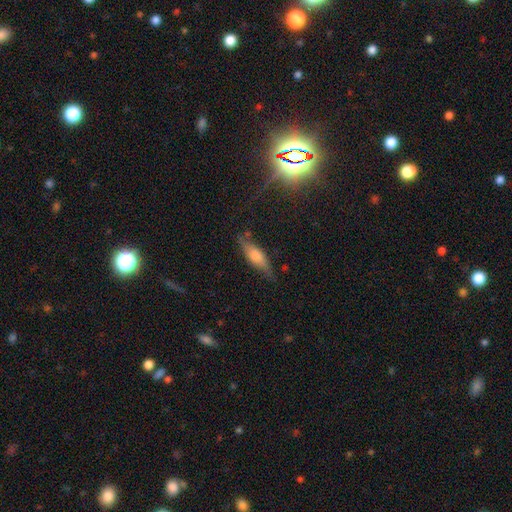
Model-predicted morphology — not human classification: Smooth or featured?
  - smooth: 59% *
  - featured or disk: 33%
  - star or artifact: 8%
How rounded?
  - cigar-shaped: 49% *
  - in between: 48%
  - round: 3%
Merging?
  - none: 68% *
  - minor disturbance: 23%
  - major disturbance: 7%
  - merger: 3%